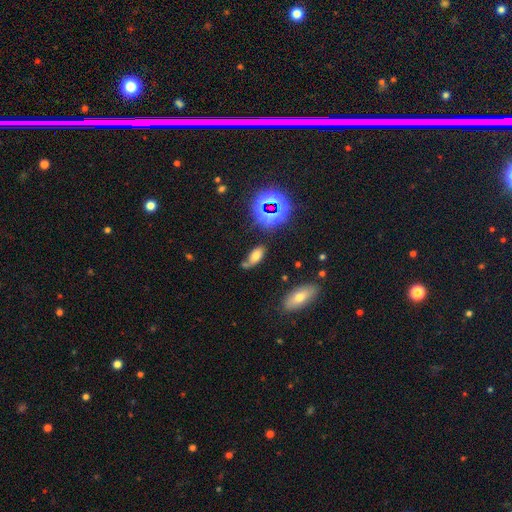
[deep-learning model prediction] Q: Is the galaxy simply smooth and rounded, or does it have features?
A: smooth — 61%.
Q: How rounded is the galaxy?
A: in between — 88%.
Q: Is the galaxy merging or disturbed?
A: none — 52%.